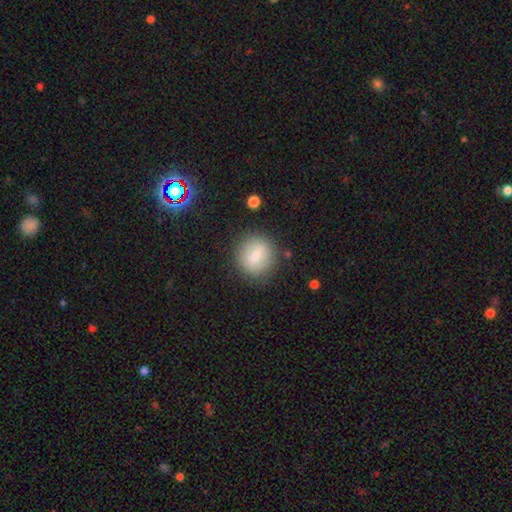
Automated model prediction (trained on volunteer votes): smooth-or-featured: smooth: 76% | featured or disk: 15% | star or artifact: 9%
  how-rounded: round: 87% | in between: 12% | cigar-shaped: 1%
  merging: none: 84% | minor disturbance: 10% | major disturbance: 4% | merger: 2%